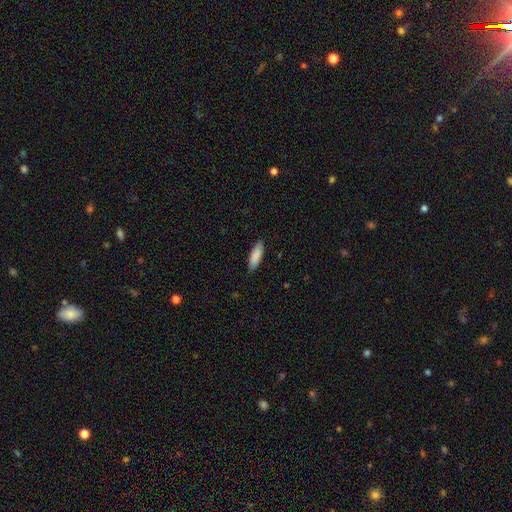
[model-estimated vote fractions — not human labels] smooth-or-featured: smooth: 89% | featured or disk: 6% | star or artifact: 5%
  how-rounded: in between: 56% | cigar-shaped: 43% | round: 1%
  merging: none: 88% | minor disturbance: 9% | major disturbance: 2% | merger: 1%